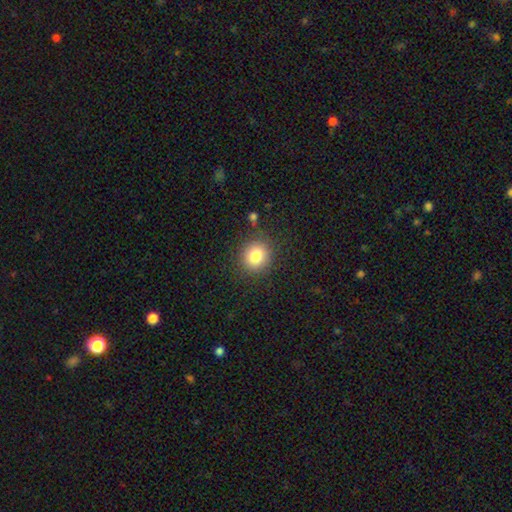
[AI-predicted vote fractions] smooth 82%, star or artifact 11%, featured or disk 7%. Down the decision tree: how rounded — round (86%); merging — none (87%).